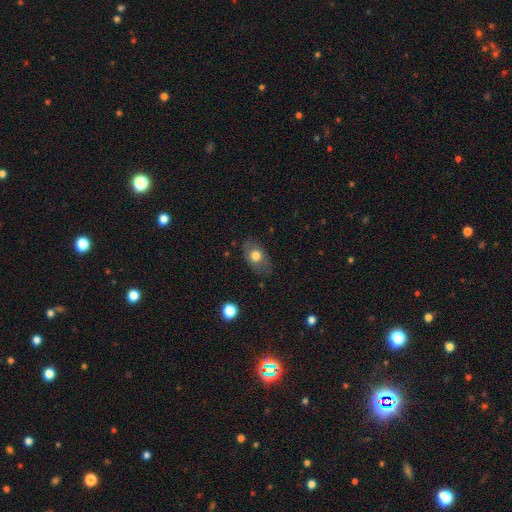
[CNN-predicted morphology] A smooth galaxy with no disk features (71%) that is in between round and cigar-shaped (81%).

Vote fractions:
- Smooth or featured? smooth: 71% / featured or disk: 21% / star or artifact: 8%
- How rounded? in between: 81% / round: 17% / cigar-shaped: 2%
- Merging? none: 77% / minor disturbance: 17% / major disturbance: 5% / merger: 1%